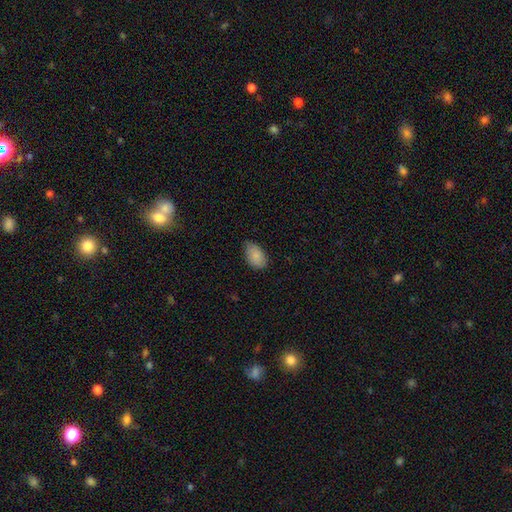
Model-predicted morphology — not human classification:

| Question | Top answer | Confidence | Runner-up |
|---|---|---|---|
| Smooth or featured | smooth | 86% | star or artifact (7%) |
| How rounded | in between | 91% | round (7%) |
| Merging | none | 66% | minor disturbance (29%) |